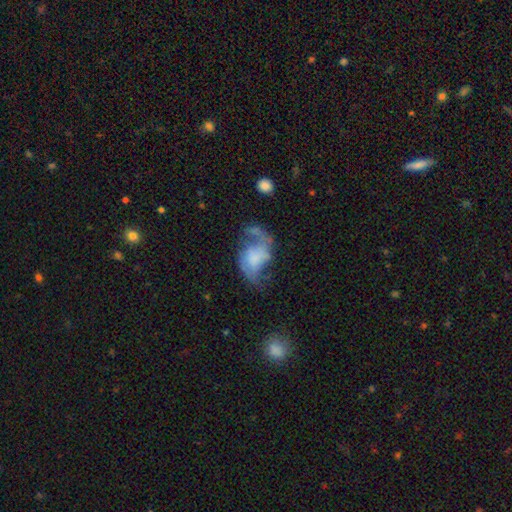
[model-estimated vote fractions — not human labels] smooth-or-featured: featured or disk: 70% | smooth: 22% | star or artifact: 8%
  disk-edge-on: no: 97% | yes: 3%
    bar: no: 63% | weak: 28% | strong: 9%
    has-spiral-arms: yes: 81% | no: 19%
      spiral-winding: loose: 64% | medium: 28% | tight: 8%
      spiral-arm-count: 2: 84% | 1: 6% | can't tell: 6% | 3: 2% | 4: 1% | more than 4: 1%
    bulge-size: none: 52% | large: 16% | small: 14% | moderate: 13% | dominant: 5%
  merging: none: 37% | major disturbance: 35% | minor disturbance: 22% | merger: 6%